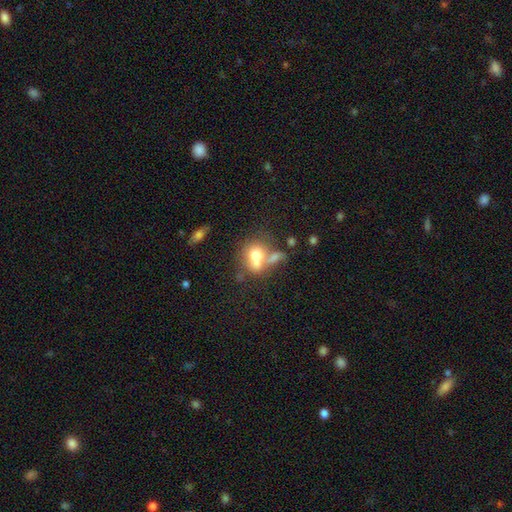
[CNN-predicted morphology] Q: Smooth or featured?
A: smooth (67%); runner-up: featured or disk (22%)
Q: How rounded?
A: in between (53%); runner-up: round (45%)
Q: Merging?
A: merger (54%); runner-up: none (25%)